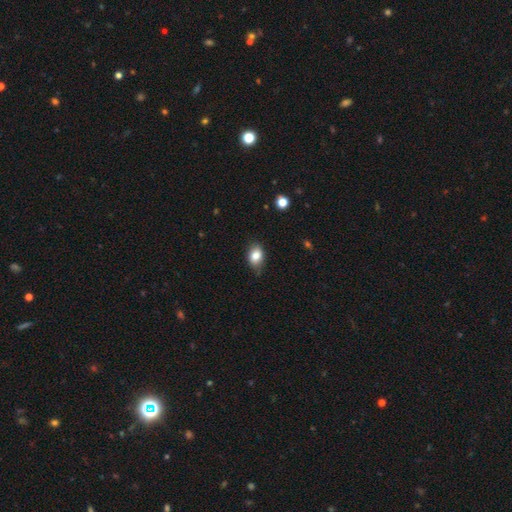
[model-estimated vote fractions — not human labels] smooth 83%, featured or disk 9%, star or artifact 9%. Down the decision tree: how rounded — in between (77%); merging — none (77%).